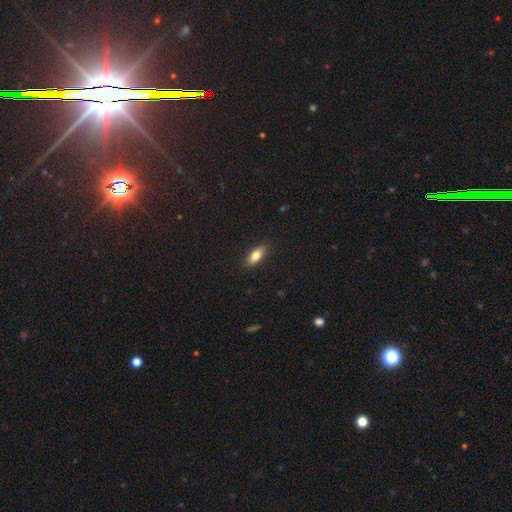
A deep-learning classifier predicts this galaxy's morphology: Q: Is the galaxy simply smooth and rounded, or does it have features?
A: smooth — 73%.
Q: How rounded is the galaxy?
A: in between — 73%.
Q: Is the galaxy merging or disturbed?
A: none — 87%.